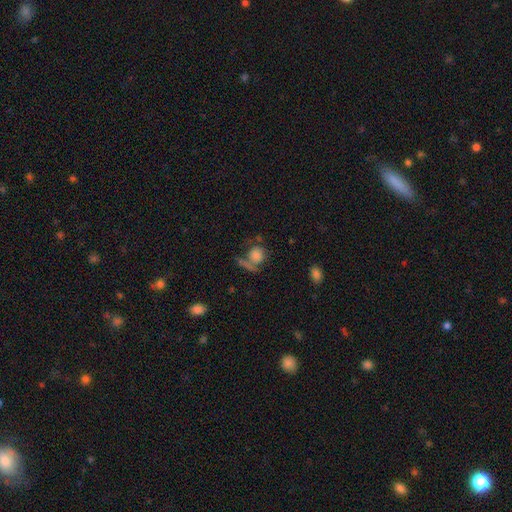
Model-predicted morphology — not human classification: Smooth or featured? Predicted: smooth (p=0.67). How rounded? Predicted: round (p=0.73). Merging? Predicted: none (p=0.45).